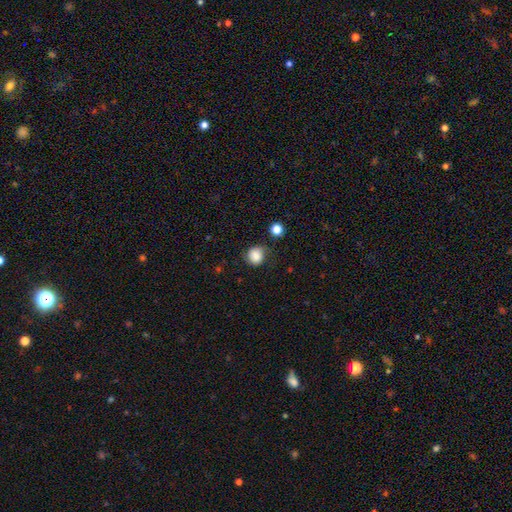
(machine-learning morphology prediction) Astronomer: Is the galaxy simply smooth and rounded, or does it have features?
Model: smooth — 82%.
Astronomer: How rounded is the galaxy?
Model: round — 82%.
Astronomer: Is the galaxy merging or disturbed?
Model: none — 67%.